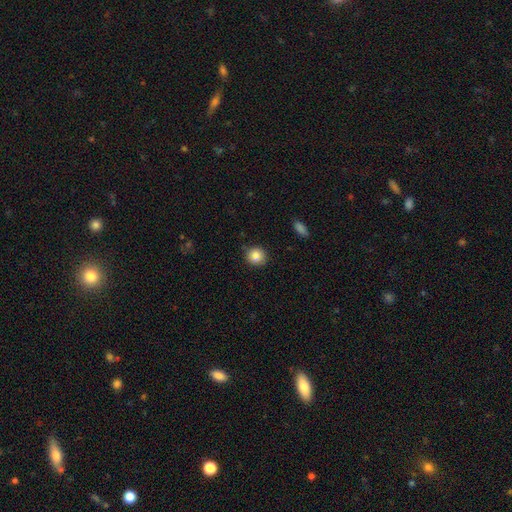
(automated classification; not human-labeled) Smooth or featured? smooth (85%)
How rounded? round (85%)
Merging? none (83%)